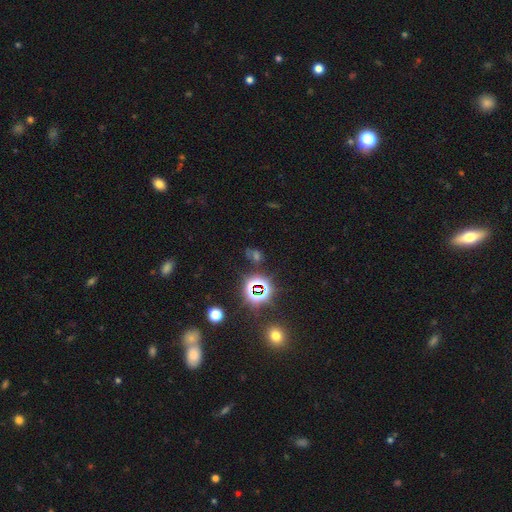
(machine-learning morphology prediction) type=star or artifact (67%).